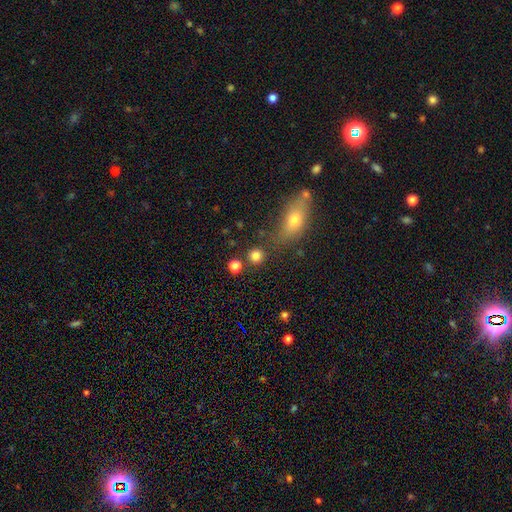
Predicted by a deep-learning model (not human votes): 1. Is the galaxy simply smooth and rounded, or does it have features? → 82% smooth, 12% star or artifact, 6% featured or disk.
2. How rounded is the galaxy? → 89% round, 9% in between, 1% cigar-shaped.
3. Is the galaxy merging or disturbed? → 79% none, 10% merger, 8% minor disturbance, 3% major disturbance.